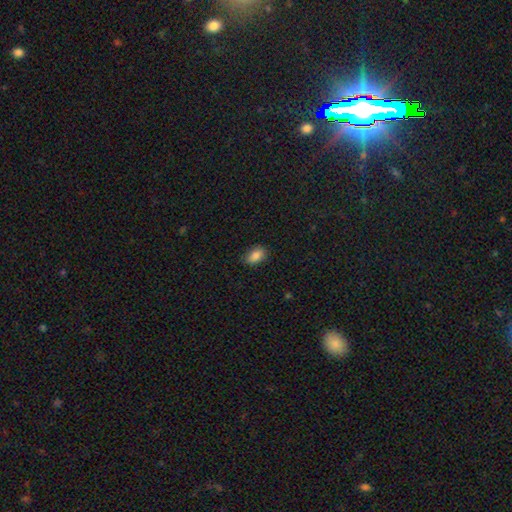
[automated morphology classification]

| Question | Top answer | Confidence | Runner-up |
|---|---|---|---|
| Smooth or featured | smooth | 86% | star or artifact (9%) |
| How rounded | in between | 88% | round (9%) |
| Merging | none | 78% | minor disturbance (17%) |